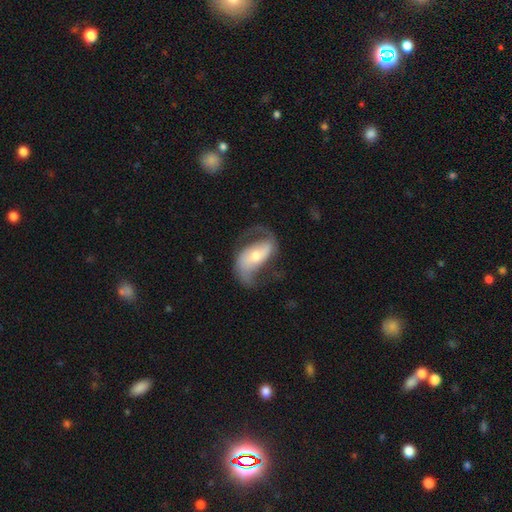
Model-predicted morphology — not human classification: Overall: featured or disk (83%). Edge-on disk: no (96%). Bar: weak (36%; strong 35%). Spiral arms: yes (94%). Spiral arm count: 2 (91%). Spiral winding: loose (54%; medium 36%). Bulge size: moderate (51%; small 39%). Merging: none (66%).